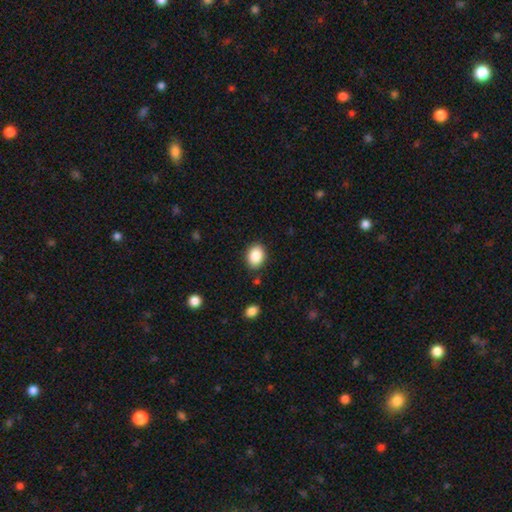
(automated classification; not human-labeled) A smooth galaxy with no disk features (88%) that is in between round and cigar-shaped (65%). Merging: none (86%).